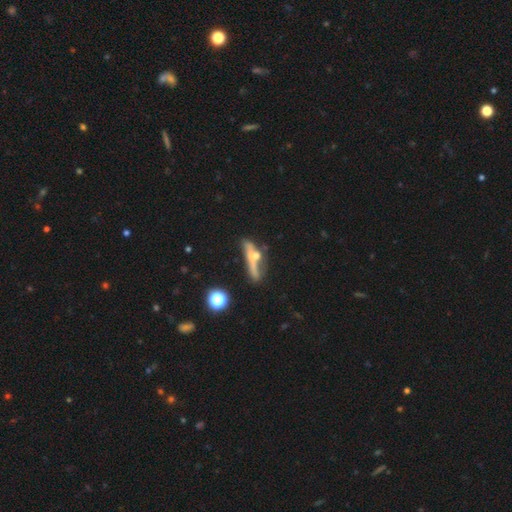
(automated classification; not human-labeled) smooth-or-featured: featured or disk: 48% | smooth: 40% | star or artifact: 13%
  merging: none: 42% | minor disturbance: 21% | merger: 21% | major disturbance: 16%